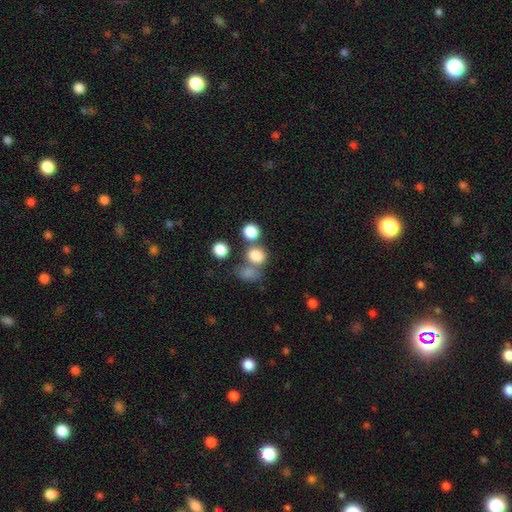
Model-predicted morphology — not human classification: Smooth or featured?
  - smooth: 80% *
  - star or artifact: 12%
  - featured or disk: 8%
How rounded?
  - round: 66% *
  - in between: 33%
  - cigar-shaped: 1%
Merging?
  - none: 51% *
  - merger: 33%
  - minor disturbance: 10%
  - major disturbance: 6%